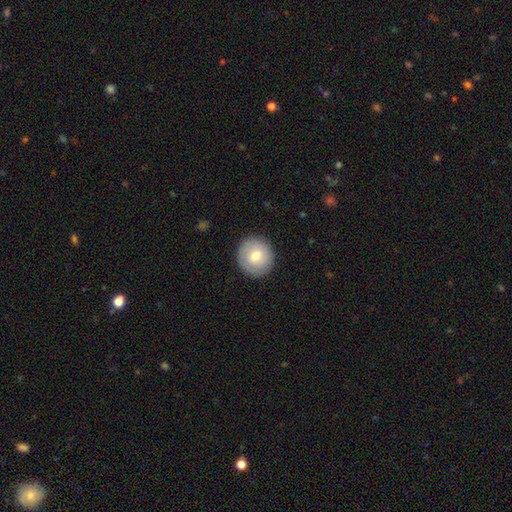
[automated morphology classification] type=smooth (66%); roundness=round (91%); merging=none (88%).